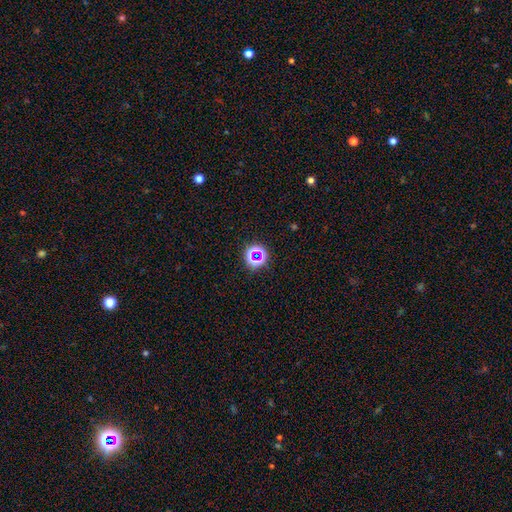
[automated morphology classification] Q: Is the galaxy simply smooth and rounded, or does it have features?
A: star or artifact — 54%.